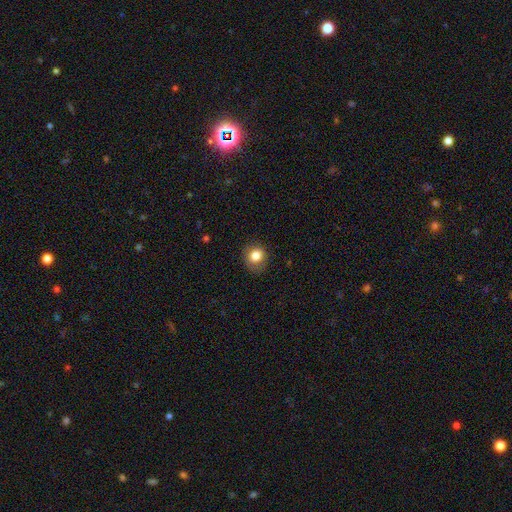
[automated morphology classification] Q: Smooth or featured?
A: smooth (83%); runner-up: star or artifact (10%)
Q: How rounded?
A: round (80%); runner-up: in between (19%)
Q: Merging?
A: none (80%); runner-up: minor disturbance (14%)